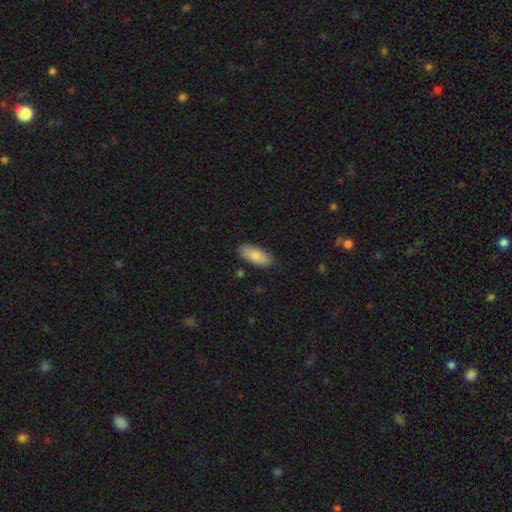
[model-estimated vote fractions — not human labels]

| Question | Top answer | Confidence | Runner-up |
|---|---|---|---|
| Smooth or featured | smooth | 81% | featured or disk (13%) |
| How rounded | in between | 88% | cigar-shaped (10%) |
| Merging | none | 86% | minor disturbance (11%) |